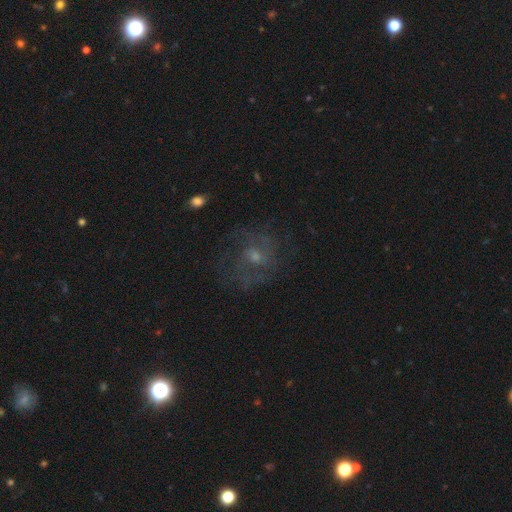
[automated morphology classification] Smooth or featured?
  - featured or disk: 63% *
  - smooth: 22%
  - star or artifact: 15%
Edge-on disk?
  - no: 97% *
  - yes: 3%
Bar?
  - no: 62% *
  - weak: 33%
  - strong: 5%
Spiral arms?
  - yes: 76% *
  - no: 24%
Bulge size?
  - small: 48% *
  - moderate: 41%
  - none: 6%
  - large: 3%
  - dominant: 1%
Merging?
  - none: 63% *
  - major disturbance: 18%
  - minor disturbance: 17%
  - merger: 2%